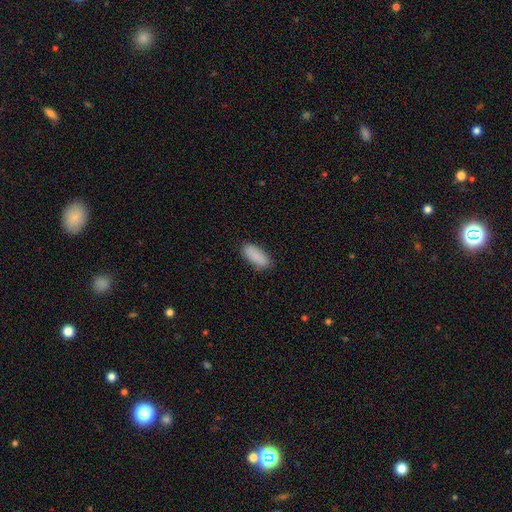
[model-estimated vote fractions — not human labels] This appears to be a smooth galaxy with no disk features (89%) that is in between round and cigar-shaped (83%). Merging: none (84%).